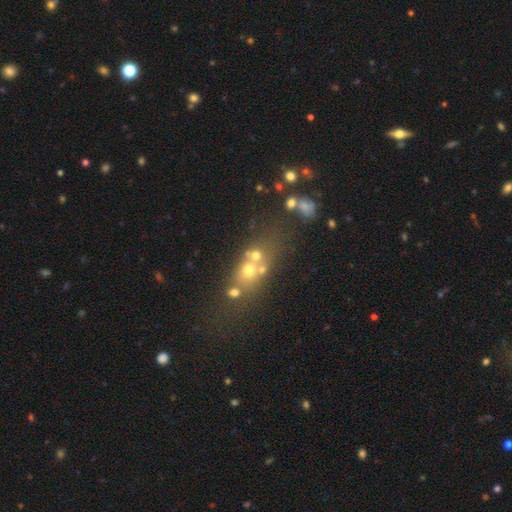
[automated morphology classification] This is possibly a smooth galaxy (52%). How rounded: possibly round (55%). Merging: marginally none (40%).